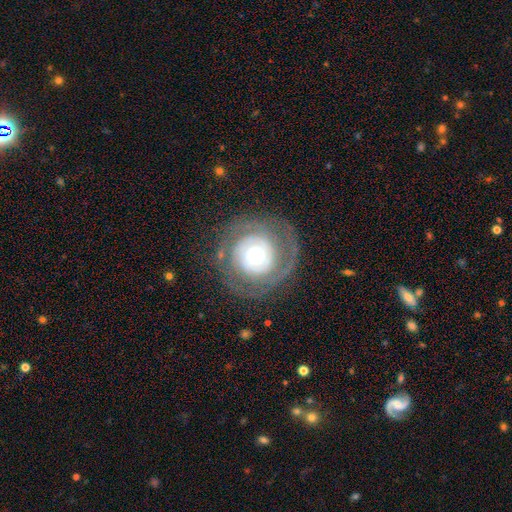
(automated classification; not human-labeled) Overall: featured or disk (74%). Edge-on disk: no (97%). Bar: no (79%). Spiral arms: yes (70%; no 30%). Spiral arm count: 2 (47%; can't tell 27%). Spiral winding: tight (68%). Bulge size: moderate (60%; large 27%). Merging: none (77%).